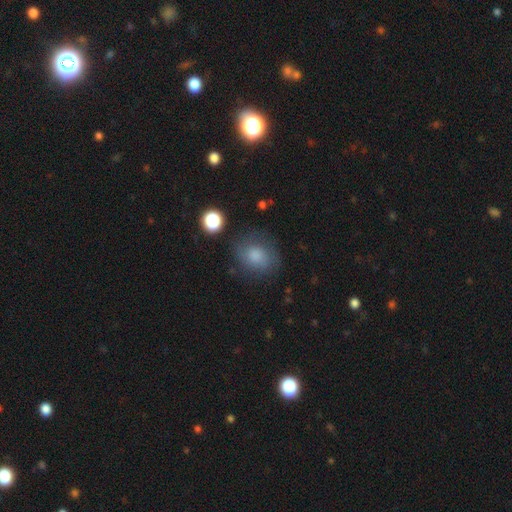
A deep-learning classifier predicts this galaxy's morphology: smooth_or_featured: smooth (p=0.70) [alt: featured or disk p=0.19]
how_rounded: round (p=0.59) [alt: in between p=0.40]
merging: none (p=0.71) [alt: minor disturbance p=0.19]